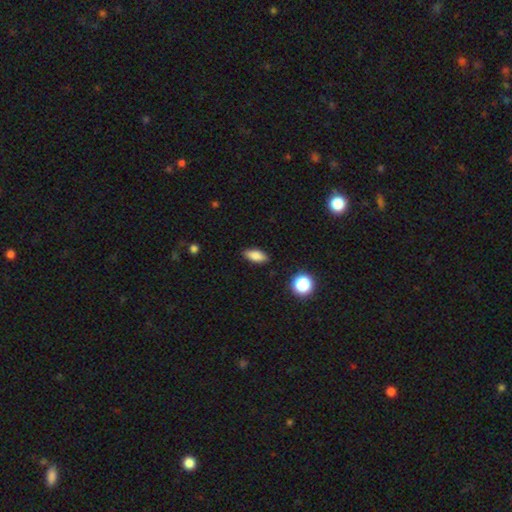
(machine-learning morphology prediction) This is clearly a smooth galaxy (83%). How rounded: clearly in between (81%). Merging: clearly none (87%).